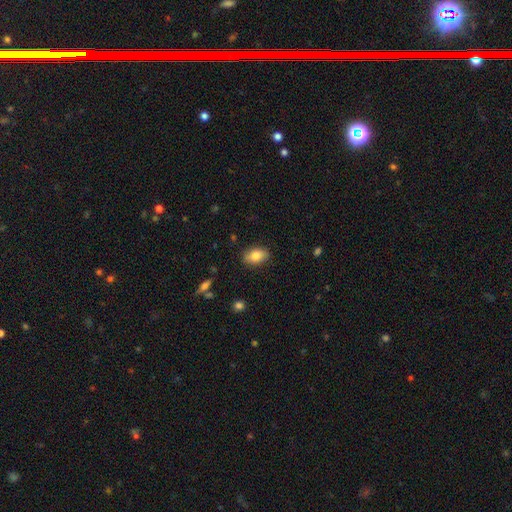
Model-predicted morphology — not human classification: A smooth galaxy with no disk features (80%) that is in between round and cigar-shaped (88%). Merging: none (85%).